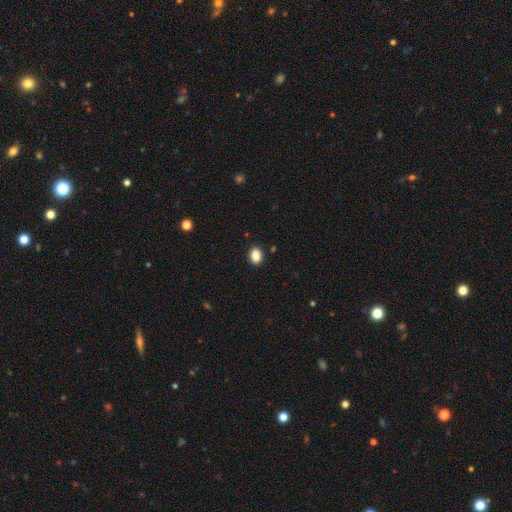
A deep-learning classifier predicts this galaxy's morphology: Q: Smooth or featured?
A: smooth (88%); runner-up: star or artifact (9%)
Q: How rounded?
A: in between (71%); runner-up: round (28%)
Q: Merging?
A: none (90%); runner-up: minor disturbance (7%)